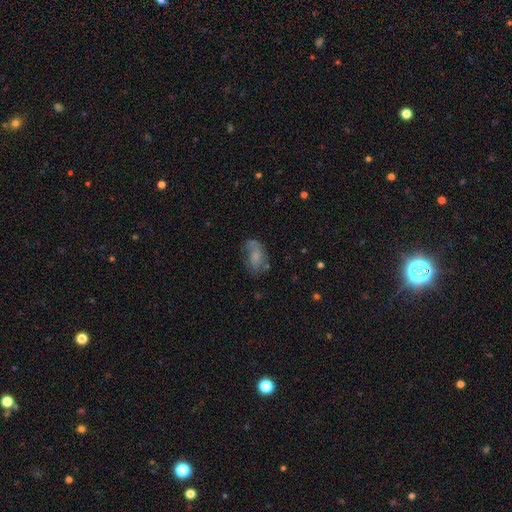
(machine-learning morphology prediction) type=smooth (48%); merging=none (51%).